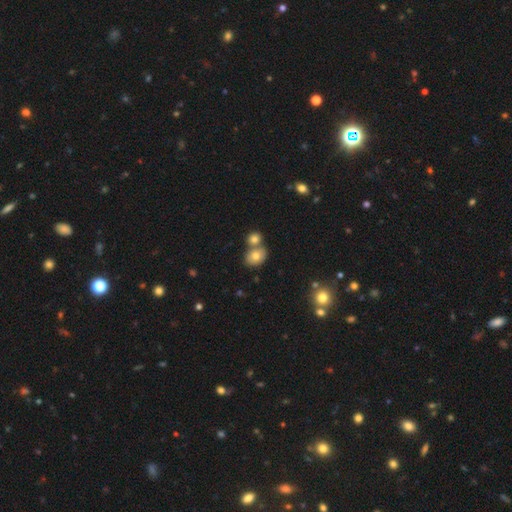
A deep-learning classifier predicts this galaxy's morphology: Overall: smooth (76%). How rounded: in between (53%; round 46%). Merging: none (49%; merger 39%).